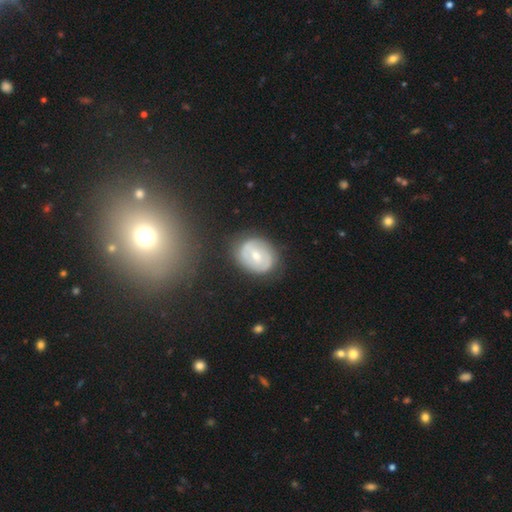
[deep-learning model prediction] Smooth or featured: featured or disk — 62% (smooth — 31%)
Edge-on disk: no — 96% (yes — 4%)
Bar: weak — 45% (no — 36%)
Spiral arms: yes — 57% (no — 43%)
Bulge size: moderate — 56% (small — 39%)
Merging: none — 78% (minor disturbance — 15%)